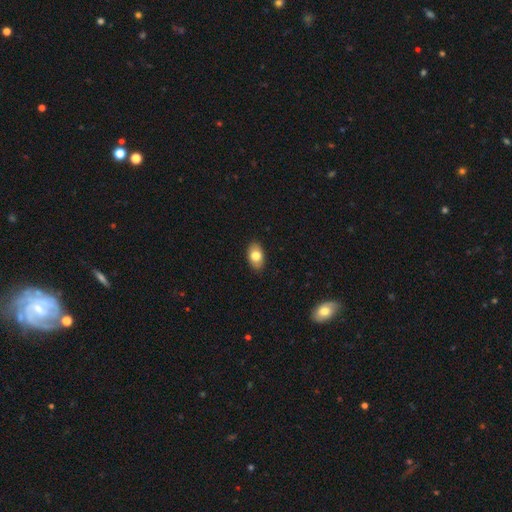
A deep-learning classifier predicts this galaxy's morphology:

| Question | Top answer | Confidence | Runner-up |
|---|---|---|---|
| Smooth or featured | smooth | 79% | featured or disk (14%) |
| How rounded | in between | 90% | round (8%) |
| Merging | none | 89% | minor disturbance (8%) |